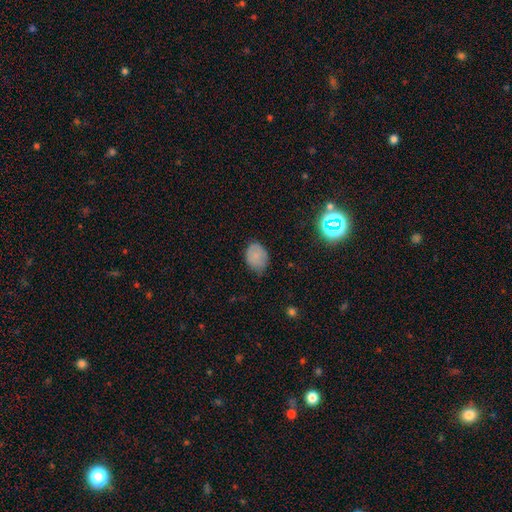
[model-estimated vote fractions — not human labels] Overall: smooth (79%). How rounded: in between (71%). Merging: none (59%; minor disturbance 34%).